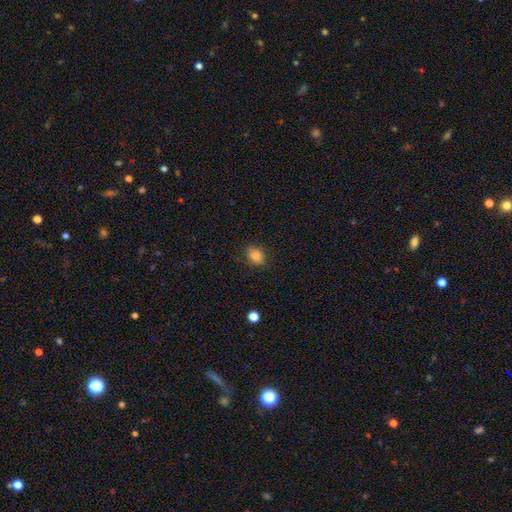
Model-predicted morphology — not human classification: smooth 84%, star or artifact 10%, featured or disk 6%. Down the decision tree: how rounded — in between (56%); merging — none (82%).